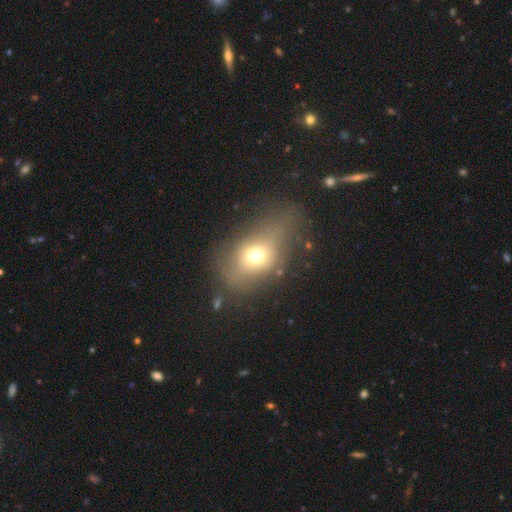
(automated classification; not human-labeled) A smooth galaxy with no disk features (64%) that is in between round and cigar-shaped (66%). Merging: none (42%).